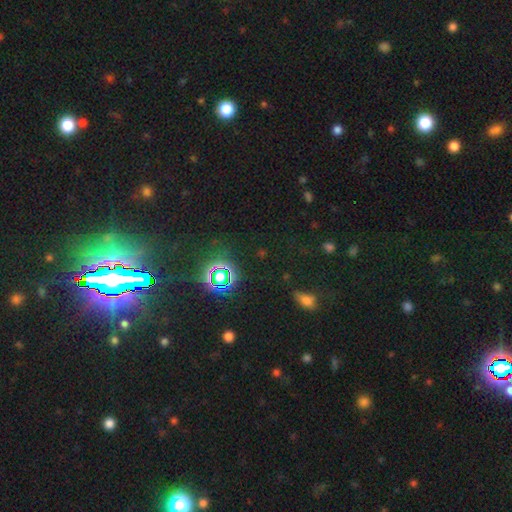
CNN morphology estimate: type=star or artifact (82%).